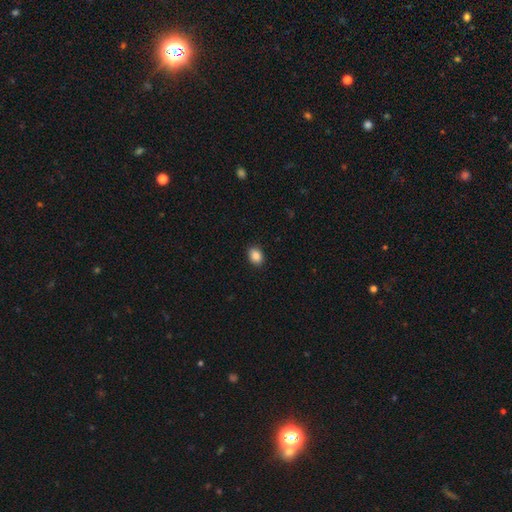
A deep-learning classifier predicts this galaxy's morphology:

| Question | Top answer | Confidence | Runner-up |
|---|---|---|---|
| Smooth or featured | smooth | 88% | star or artifact (8%) |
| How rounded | in between | 66% | round (33%) |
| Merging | none | 91% | minor disturbance (7%) |